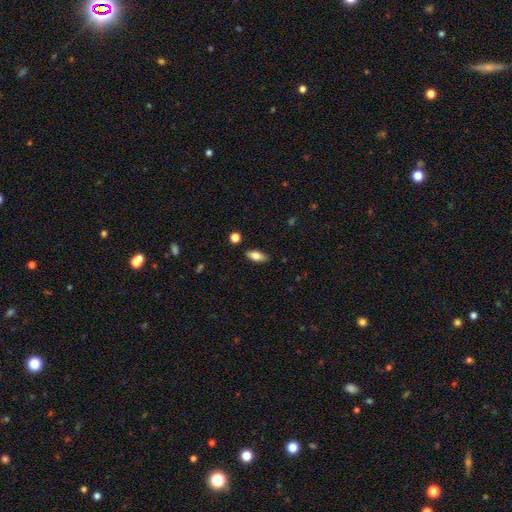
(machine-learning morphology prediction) A smooth galaxy with no disk features (75%) that is in between round and cigar-shaped (80%).

Vote fractions:
- Smooth or featured? smooth: 75% / featured or disk: 18% / star or artifact: 7%
- How rounded? in between: 80% / cigar-shaped: 17% / round: 3%
- Merging? none: 85% / minor disturbance: 11% / major disturbance: 2% / merger: 2%